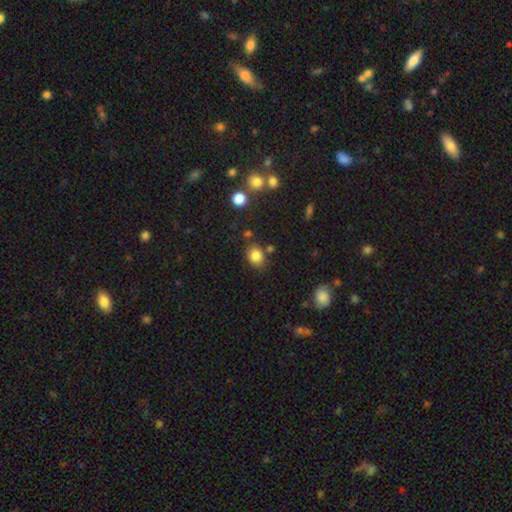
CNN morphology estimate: Q: Smooth or featured?
A: smooth (84%); runner-up: star or artifact (11%)
Q: How rounded?
A: round (50%); runner-up: in between (49%)
Q: Merging?
A: none (78%); runner-up: minor disturbance (13%)